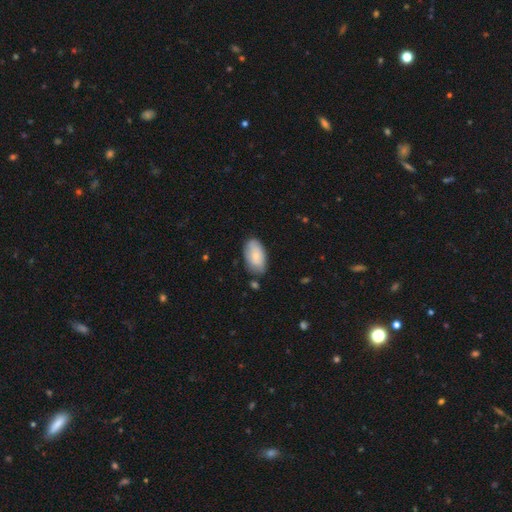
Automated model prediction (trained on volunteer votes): Smooth or featured?
  - smooth: 67% *
  - featured or disk: 26%
  - star or artifact: 6%
How rounded?
  - in between: 93% *
  - round: 5%
  - cigar-shaped: 2%
Merging?
  - none: 69% *
  - minor disturbance: 23%
  - major disturbance: 5%
  - merger: 3%